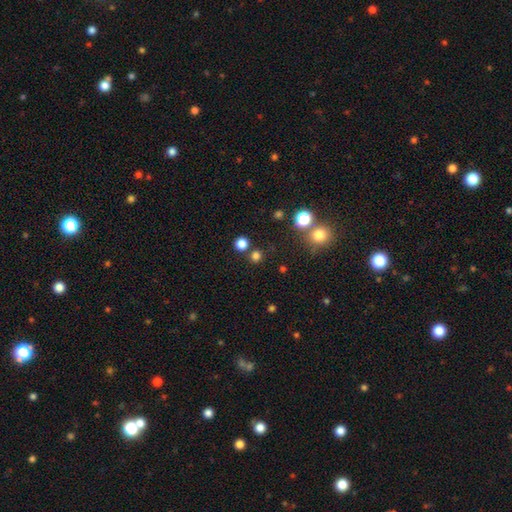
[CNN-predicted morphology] This is likely a smooth galaxy (75%). How rounded: clearly round (92%). Merging: likely none (79%).